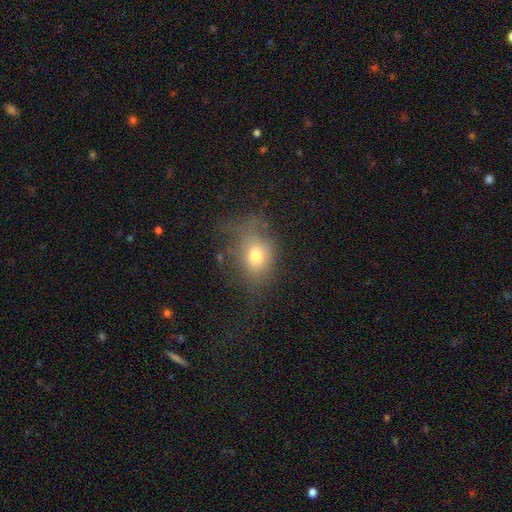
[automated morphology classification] smooth-or-featured: smooth: 69% | featured or disk: 17% | star or artifact: 14%
  how-rounded: in between: 56% | round: 42% | cigar-shaped: 2%
  merging: none: 46% | minor disturbance: 27% | major disturbance: 24% | merger: 3%